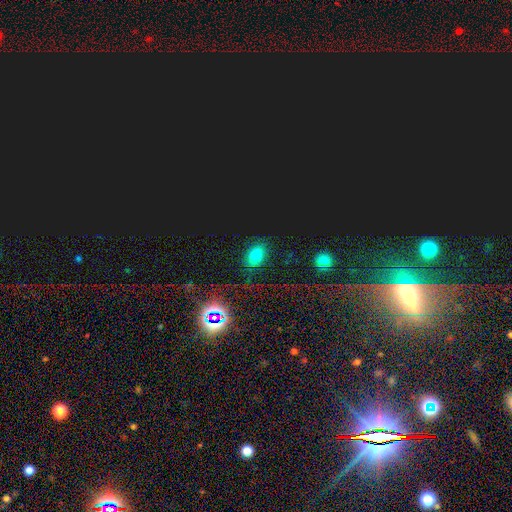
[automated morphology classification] This appears to be a smooth galaxy with no disk features (66%) that is in between round and cigar-shaped (77%). Merging: none (82%).